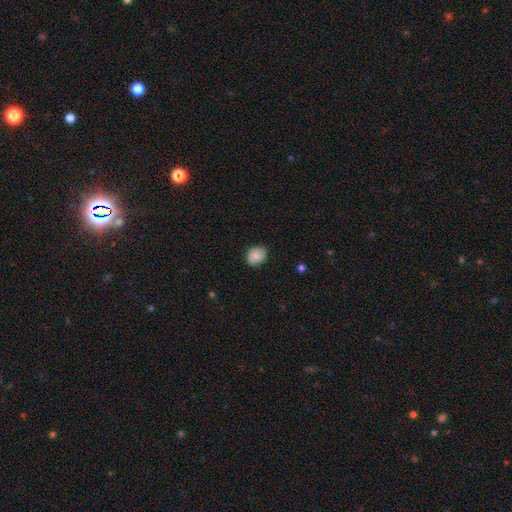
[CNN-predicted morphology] smooth-or-featured: smooth: 82% | featured or disk: 10% | star or artifact: 8%
  how-rounded: round: 56% | in between: 43% | cigar-shaped: 1%
  merging: none: 84% | minor disturbance: 13% | major disturbance: 2% | merger: 1%